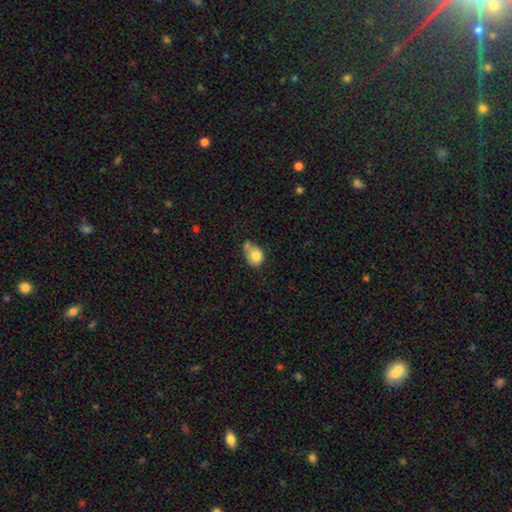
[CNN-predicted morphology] Smooth or featured?
  - smooth: 78% *
  - featured or disk: 13%
  - star or artifact: 9%
How rounded?
  - in between: 53% *
  - round: 46%
  - cigar-shaped: 1%
Merging?
  - none: 36% *
  - minor disturbance: 28%
  - merger: 26%
  - major disturbance: 10%